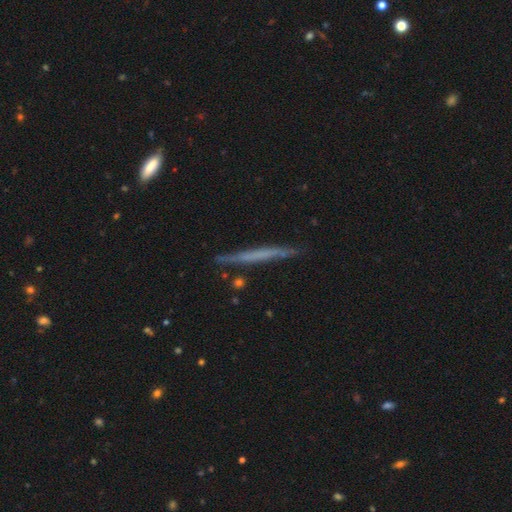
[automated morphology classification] smooth-or-featured: featured or disk: 53% | smooth: 39% | star or artifact: 8%
  disk-edge-on: yes: 96% | no: 4%
    edge-on-bulge: none: 87% | rounded: 8% | boxy: 5%
  merging: none: 86% | minor disturbance: 10% | major disturbance: 2% | merger: 2%